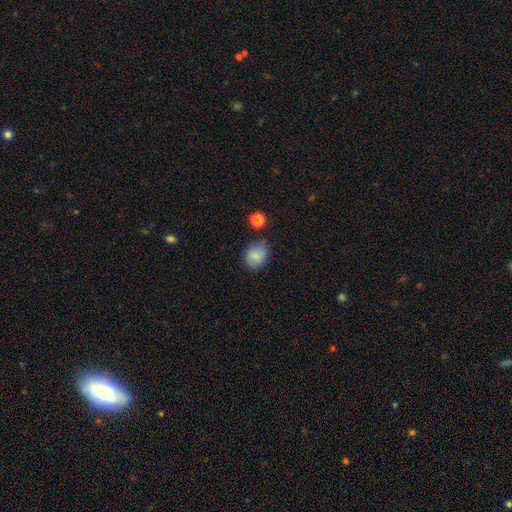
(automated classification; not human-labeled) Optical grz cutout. It shows a smooth galaxy with no disk features (83%) that is round (61%). Merging: none (73%).